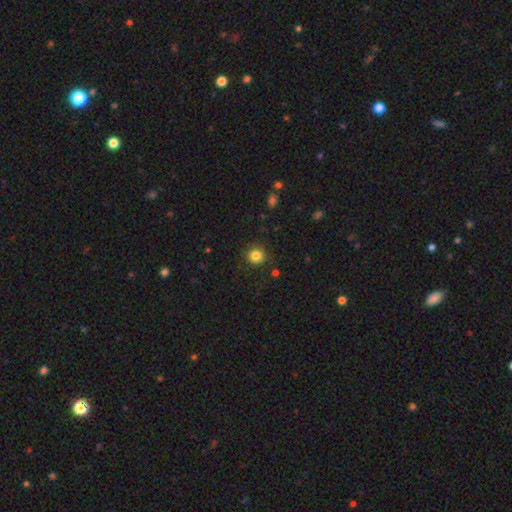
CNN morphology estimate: Smooth or featured? Predicted: smooth (p=0.83). How rounded? Predicted: round (p=0.92). Merging? Predicted: none (p=0.89).